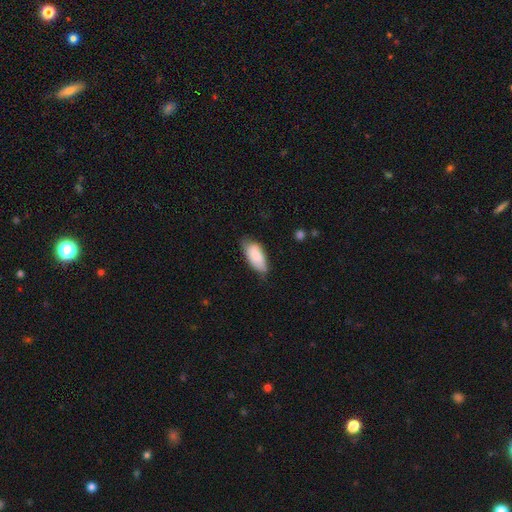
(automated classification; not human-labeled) Morphology: type=smooth (84%); roundness=in between (89%); merging=none (59%).